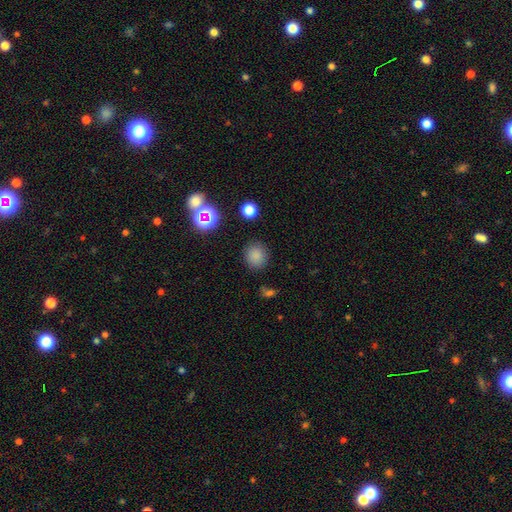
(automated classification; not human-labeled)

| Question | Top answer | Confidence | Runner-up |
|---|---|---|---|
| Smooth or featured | smooth | 81% | star or artifact (14%) |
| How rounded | round | 84% | in between (15%) |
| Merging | none | 86% | minor disturbance (9%) |